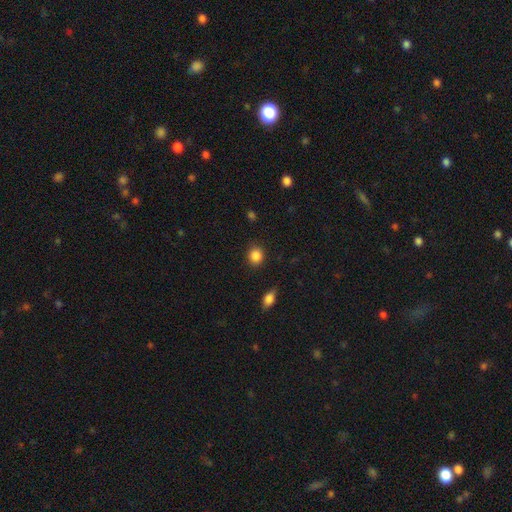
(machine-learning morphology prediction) smooth_or_featured: smooth (p=0.87) [alt: star or artifact p=0.09]
how_rounded: round (p=0.77) [alt: in between p=0.22]
merging: none (p=0.87) [alt: minor disturbance p=0.09]